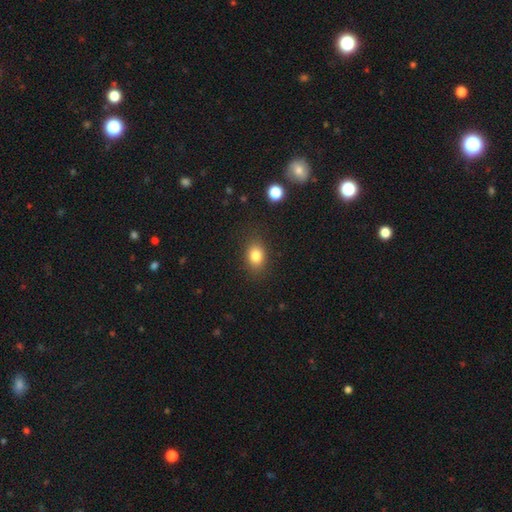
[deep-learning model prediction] This appears to be a smooth galaxy with no disk features (82%) that is in between round and cigar-shaped (62%). Merging: none (84%).